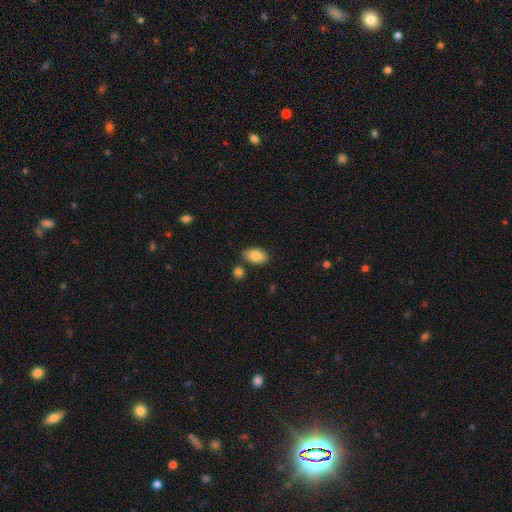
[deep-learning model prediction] This appears to be a smooth galaxy with no disk features (84%) that is in between round and cigar-shaped (92%). Merging: none (80%).